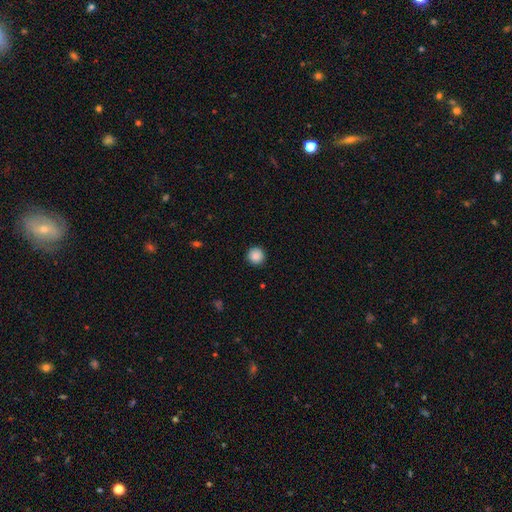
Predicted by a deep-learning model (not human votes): This is clearly a smooth galaxy (88%). How rounded: clearly round (95%). Merging: clearly none (91%).